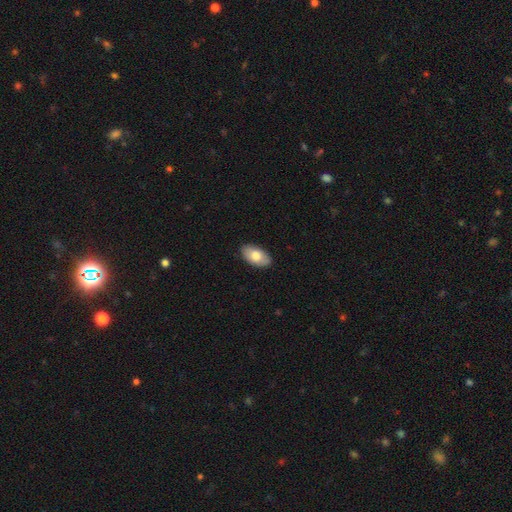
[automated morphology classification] Smooth or featured?
  - smooth: 77% *
  - featured or disk: 17%
  - star or artifact: 6%
How rounded?
  - in between: 94% *
  - round: 4%
  - cigar-shaped: 1%
Merging?
  - none: 87% *
  - minor disturbance: 10%
  - major disturbance: 2%
  - merger: 1%